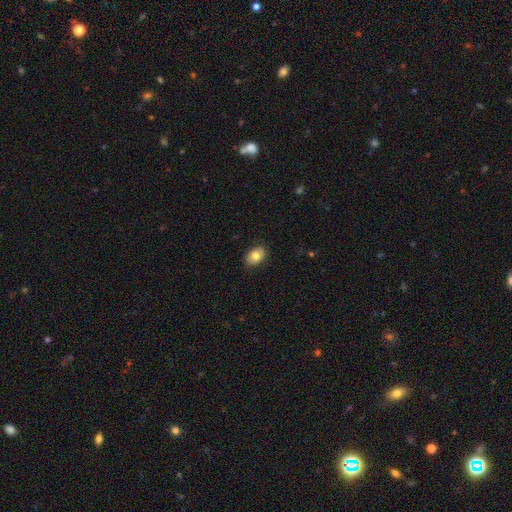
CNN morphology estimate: Smooth or featured? Predicted: smooth (p=0.76). How rounded? Predicted: in between (p=0.87). Merging? Predicted: none (p=0.84).